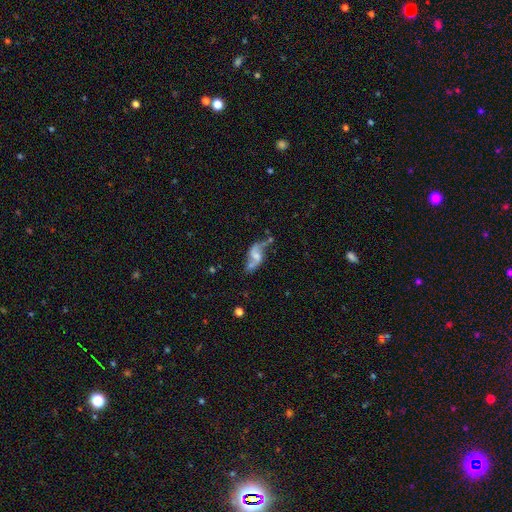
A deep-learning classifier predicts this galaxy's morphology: A featured or disk galaxy (76%) with a weak bar (44%), 2 (86%) loose (81%) spiral arms (86%) and a small central bulge (33%).

Vote fractions:
- Smooth or featured? featured or disk: 76% / smooth: 16% / star or artifact: 8%
- Edge-on disk? no: 96% / yes: 4%
- Bar? weak: 44% / no: 40% / strong: 16%
- Spiral arms? yes: 86% / no: 14%
- Spiral winding? loose: 81% / medium: 15% / tight: 4%
- Spiral arm count? 2: 86% / 1: 8% / can't tell: 4% / 3: 1% / 4: 1% / more than 4: 1%
- Bulge size? small: 33% / none: 31% / moderate: 28% / large: 7% / dominant: 2%
- Merging? none: 39% / merger: 22% / major disturbance: 20% / minor disturbance: 19%